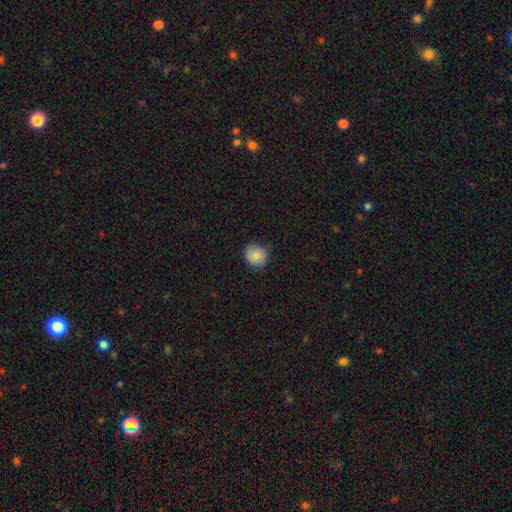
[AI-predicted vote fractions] Morphology: type=smooth (85%); roundness=round (87%); merging=none (80%).